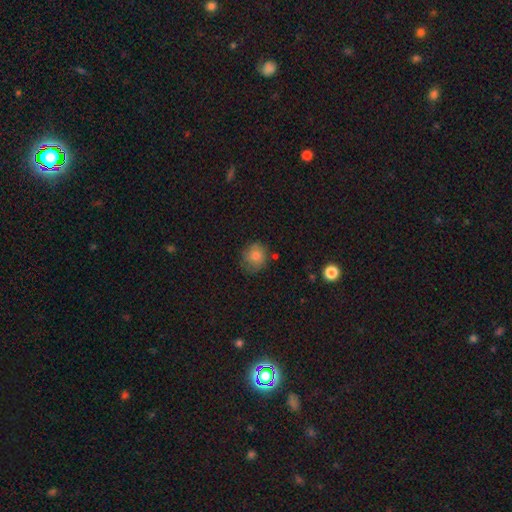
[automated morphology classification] This appears to be a smooth galaxy with no disk features (78%) that is round (79%). Merging: none (69%).